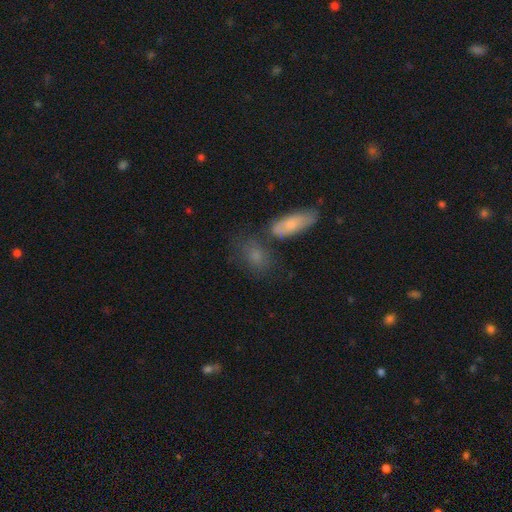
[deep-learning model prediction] Smooth or featured: smooth — 71% (featured or disk — 17%)
How rounded: in between — 69% (round — 20%)
Merging: none — 53% (merger — 21%)